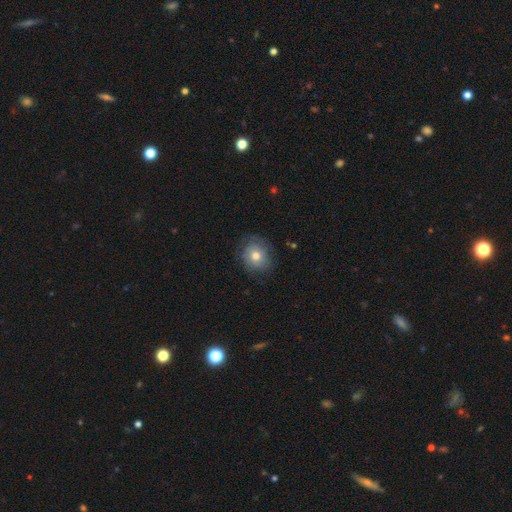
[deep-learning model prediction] Smooth or featured?
  - smooth: 64% *
  - featured or disk: 27%
  - star or artifact: 9%
How rounded?
  - round: 76% *
  - in between: 23%
  - cigar-shaped: 1%
Merging?
  - none: 75% *
  - minor disturbance: 18%
  - major disturbance: 6%
  - merger: 1%